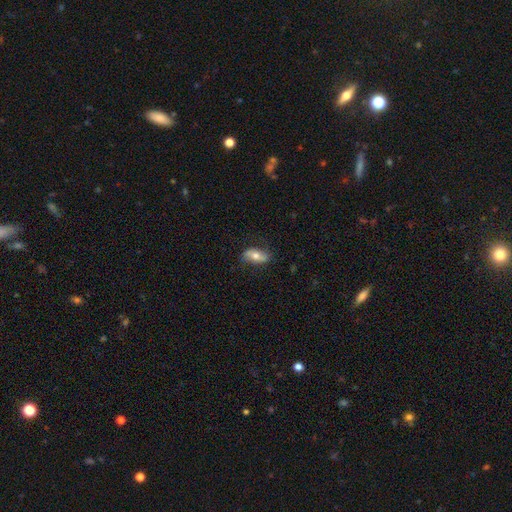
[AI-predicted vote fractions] Q: Smooth or featured?
A: smooth (53%); runner-up: featured or disk (40%)
Q: How rounded?
A: in between (83%); runner-up: cigar-shaped (12%)
Q: Merging?
A: none (76%); runner-up: minor disturbance (17%)